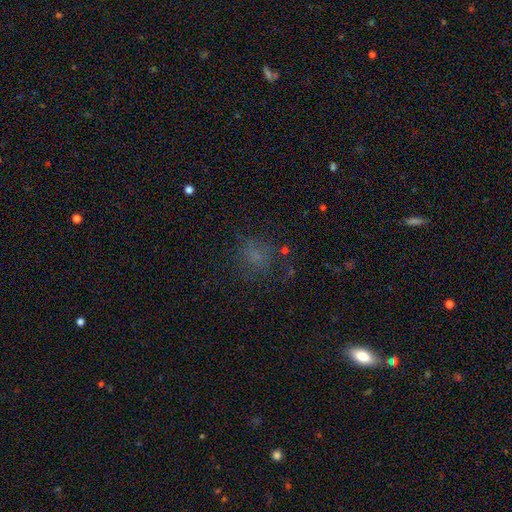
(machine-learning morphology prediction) Smooth or featured? smooth (58%)
How rounded? round (74%)
Merging? none (65%)